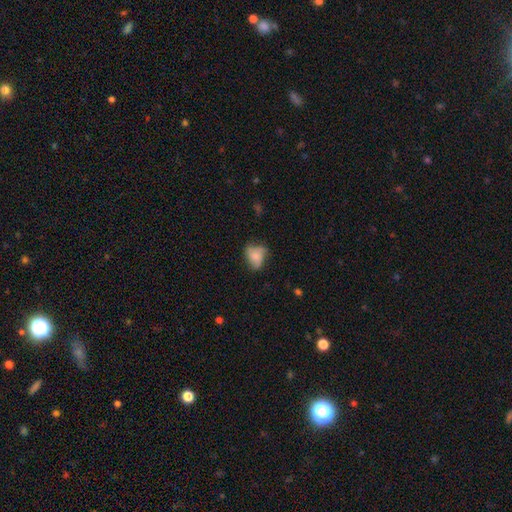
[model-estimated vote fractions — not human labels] Overall: smooth (60%; featured or disk 31%). How rounded: in between (68%; round 31%). Merging: none (48%; minor disturbance 31%).